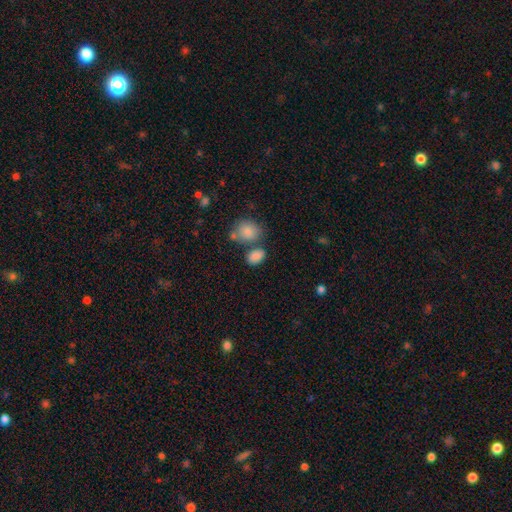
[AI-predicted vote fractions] A smooth galaxy with no disk features (85%) that is in between round and cigar-shaped (79%).

Vote fractions:
- Smooth or featured? smooth: 85% / star or artifact: 9% / featured or disk: 6%
- How rounded? in between: 79% / round: 19% / cigar-shaped: 1%
- Merging? none: 60% / merger: 22% / minor disturbance: 13% / major disturbance: 4%